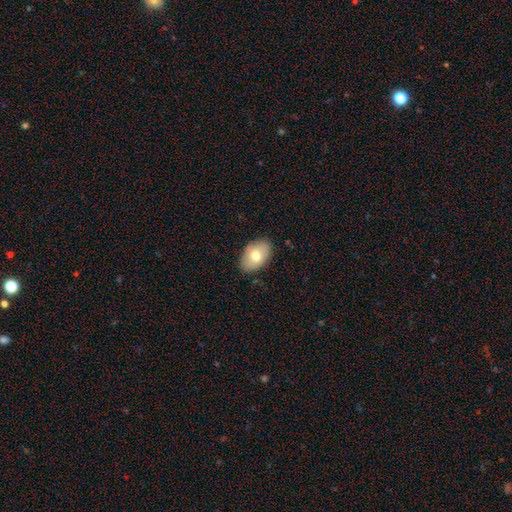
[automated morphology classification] The model was most divided on "smooth or featured": smooth: 73%, featured or disk: 20%, star or artifact: 7%. More confident: how rounded — in between (88%); merging — none (84%).